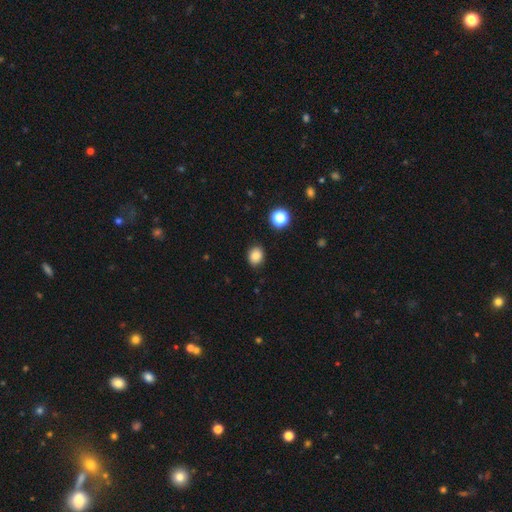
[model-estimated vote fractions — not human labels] Q: Smooth or featured?
A: smooth (83%); runner-up: star or artifact (12%)
Q: How rounded?
A: round (56%); runner-up: in between (43%)
Q: Merging?
A: none (88%); runner-up: minor disturbance (8%)